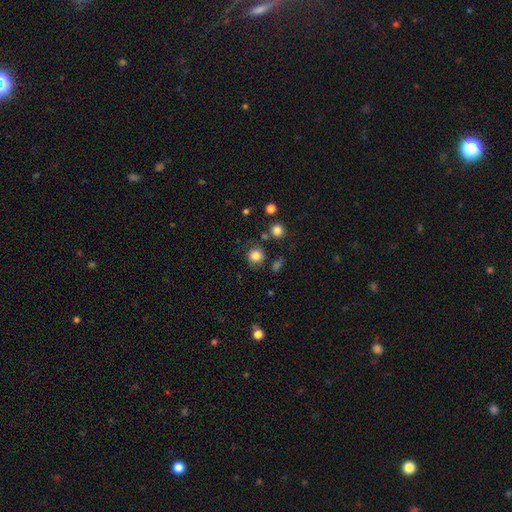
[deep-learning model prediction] Smooth or featured?
  - smooth: 83% *
  - star or artifact: 12%
  - featured or disk: 6%
How rounded?
  - round: 85% *
  - in between: 14%
  - cigar-shaped: 1%
Merging?
  - none: 76% *
  - minor disturbance: 14%
  - merger: 6%
  - major disturbance: 5%